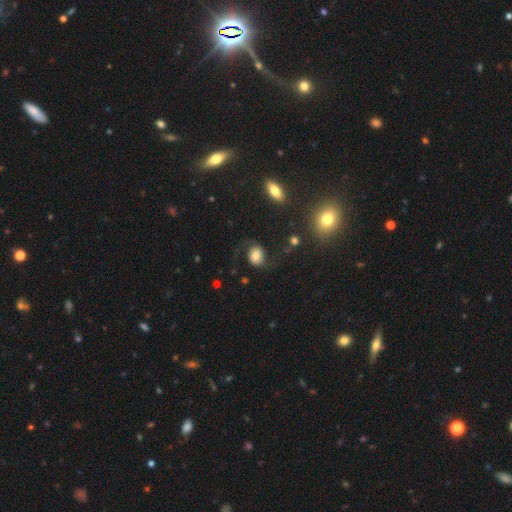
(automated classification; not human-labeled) Morphology: type=smooth (53%); roundness=round (56%); merging=none (63%).